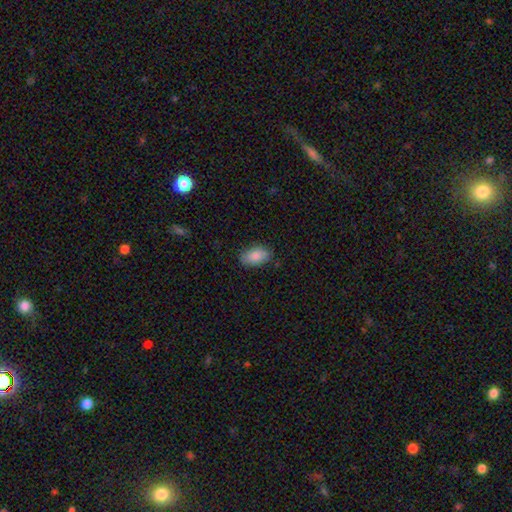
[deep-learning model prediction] A smooth galaxy with no disk features (87%) that is in between round and cigar-shaped (92%).

Vote fractions:
- Smooth or featured? smooth: 87% / featured or disk: 7% / star or artifact: 7%
- How rounded? in between: 92% / round: 5% / cigar-shaped: 2%
- Merging? none: 83% / minor disturbance: 13% / major disturbance: 3% / merger: 1%